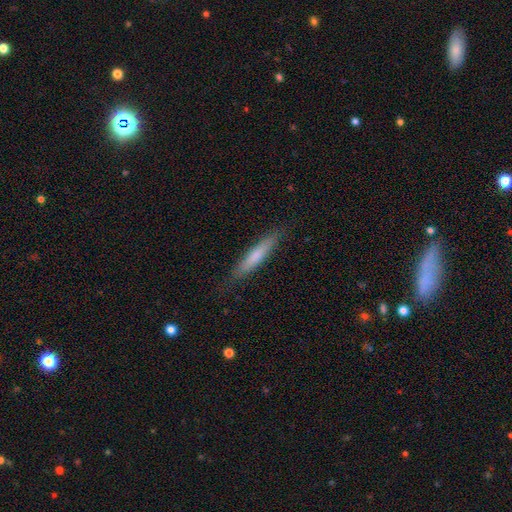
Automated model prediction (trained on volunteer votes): The model was most divided on "smooth or featured": smooth: 70%, featured or disk: 25%, star or artifact: 6%. More confident: how rounded — cigar-shaped (91%); merging — none (85%).